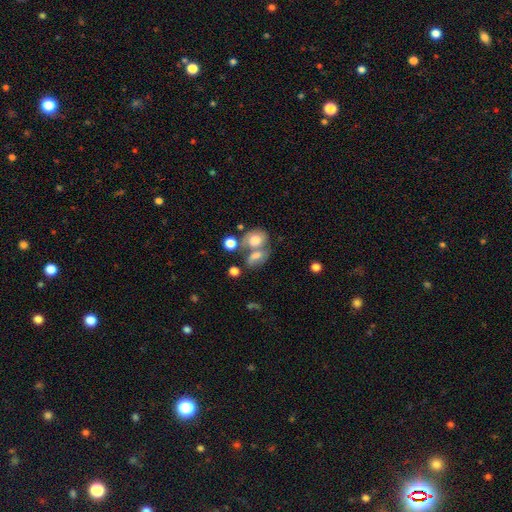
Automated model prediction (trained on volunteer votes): smooth_or_featured: smooth (p=0.65) [alt: featured or disk p=0.23]
how_rounded: in between (p=0.66) [alt: round p=0.31]
merging: merger (p=0.51) [alt: none p=0.29]